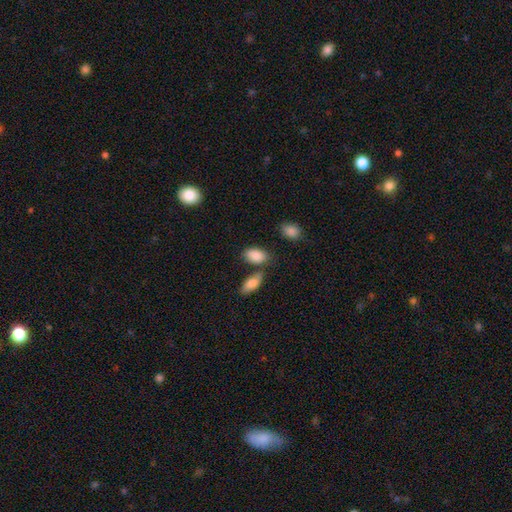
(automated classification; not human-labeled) smooth 87%, star or artifact 7%, featured or disk 6%. Down the decision tree: how rounded — in between (93%); merging — none (62%).